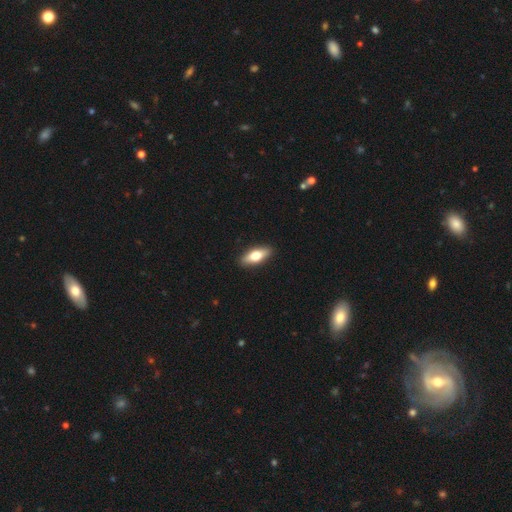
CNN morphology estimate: Overall: smooth (66%; featured or disk 28%). How rounded: in between (69%). Merging: none (90%).